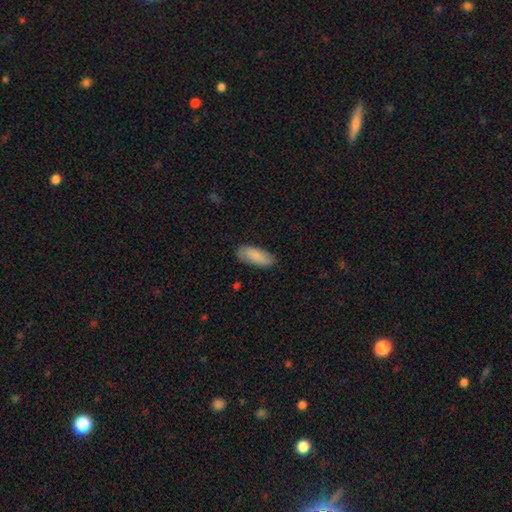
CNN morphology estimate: Smooth or featured: smooth — 85% (featured or disk — 9%)
How rounded: in between — 78% (cigar-shaped — 20%)
Merging: none — 81% (minor disturbance — 15%)